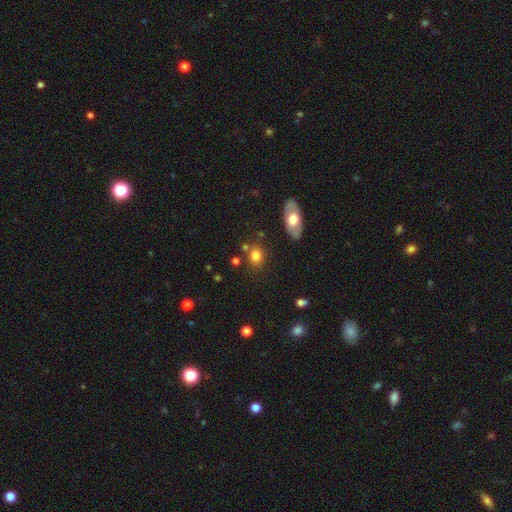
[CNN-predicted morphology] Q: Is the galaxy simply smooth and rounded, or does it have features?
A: smooth — 80%.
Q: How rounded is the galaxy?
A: in between — 50%.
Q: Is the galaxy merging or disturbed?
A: none — 76%.